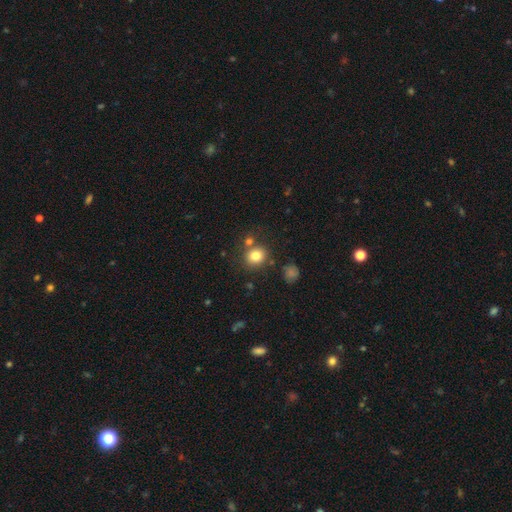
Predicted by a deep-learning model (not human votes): Morphology: type=smooth (80%); roundness=round (79%); merging=none (73%).